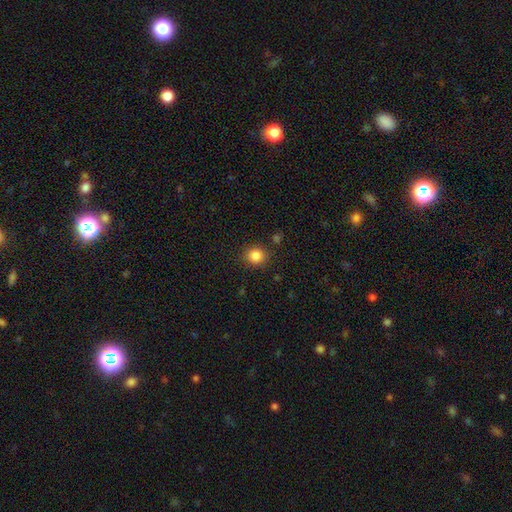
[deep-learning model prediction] smooth 85%, star or artifact 11%, featured or disk 4%. Down the decision tree: how rounded — round (87%); merging — none (87%).